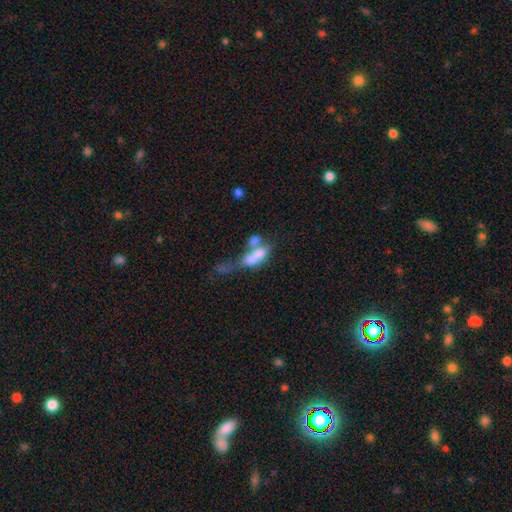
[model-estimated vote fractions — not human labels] Smooth or featured? smooth (59%)
How rounded? in between (75%)
Merging? merger (59%)